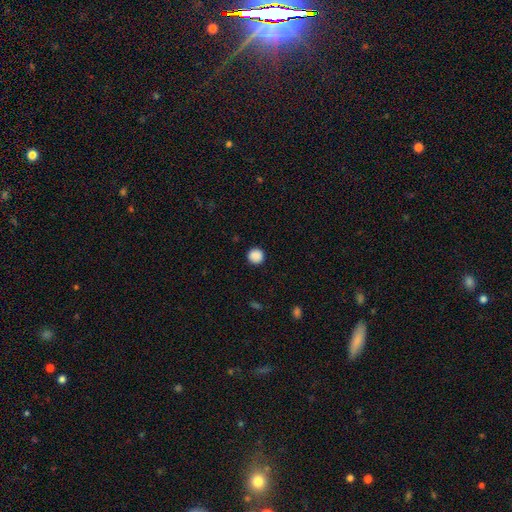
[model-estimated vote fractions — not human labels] Smooth or featured? smooth (89%)
How rounded? round (95%)
Merging? none (92%)